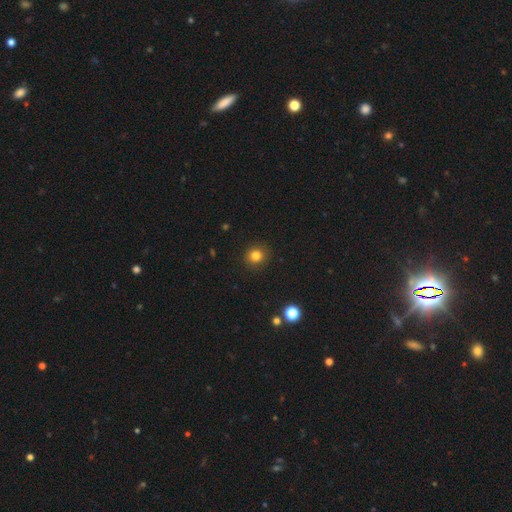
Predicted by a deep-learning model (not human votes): smooth_or_featured: smooth (p=0.81) [alt: star or artifact p=0.13]
how_rounded: round (p=0.89) [alt: in between p=0.10]
merging: none (p=0.91) [alt: minor disturbance p=0.06]